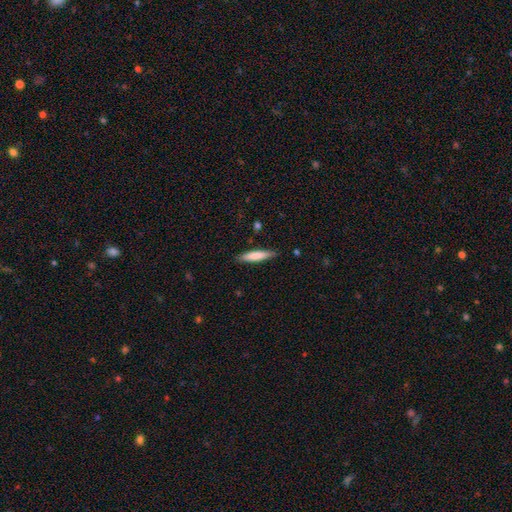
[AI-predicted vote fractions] smooth 77%, featured or disk 18%, star or artifact 6%. Down the decision tree: how rounded — cigar-shaped (83%); merging — none (86%).